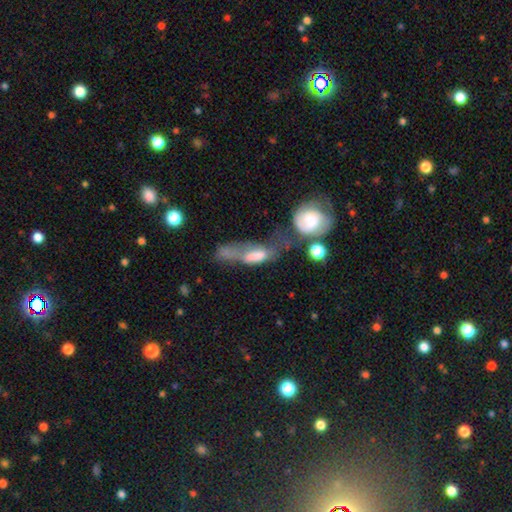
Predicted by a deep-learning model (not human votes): A smooth galaxy with no disk features (58%) that is in between round and cigar-shaped (69%).

Vote fractions:
- Smooth or featured? smooth: 58% / featured or disk: 33% / star or artifact: 10%
- How rounded? in between: 69% / cigar-shaped: 25% / round: 6%
- Merging? merger: 48% / major disturbance: 31% / none: 11% / minor disturbance: 10%